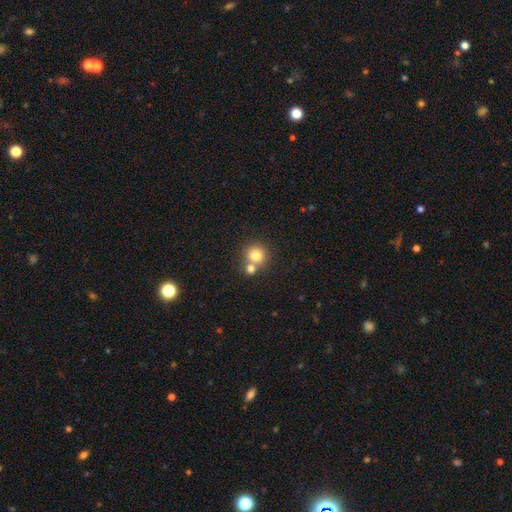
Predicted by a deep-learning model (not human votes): Morphology: type=smooth (79%); roundness=round (89%); merging=none (55%).